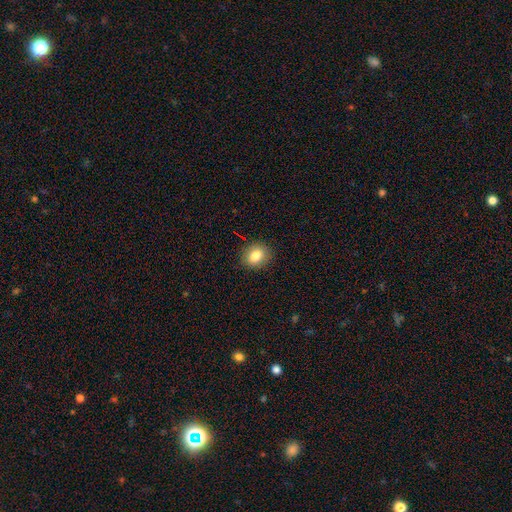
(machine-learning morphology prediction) Q: Smooth or featured?
A: smooth (83%); runner-up: star or artifact (10%)
Q: How rounded?
A: round (57%); runner-up: in between (42%)
Q: Merging?
A: none (88%); runner-up: minor disturbance (9%)